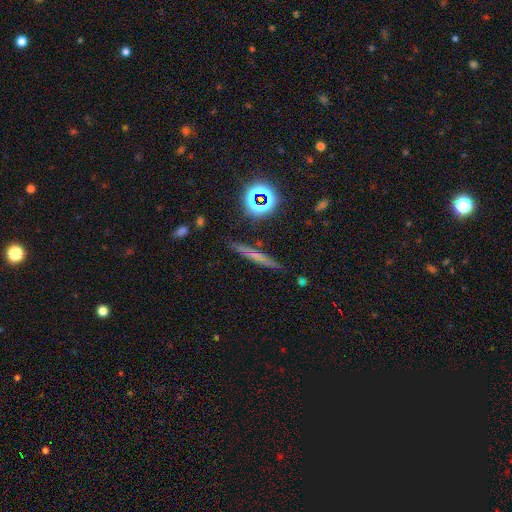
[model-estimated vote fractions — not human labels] Morphology: type=smooth (46%); merging=none (83%).